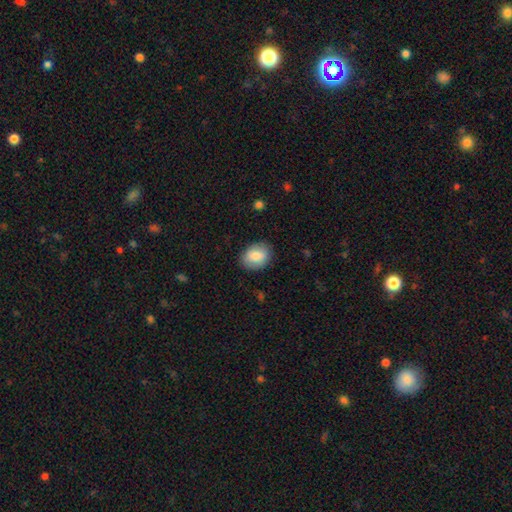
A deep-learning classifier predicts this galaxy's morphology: Q: Smooth or featured?
A: smooth (82%); runner-up: featured or disk (11%)
Q: How rounded?
A: in between (63%); runner-up: round (36%)
Q: Merging?
A: none (85%); runner-up: minor disturbance (11%)